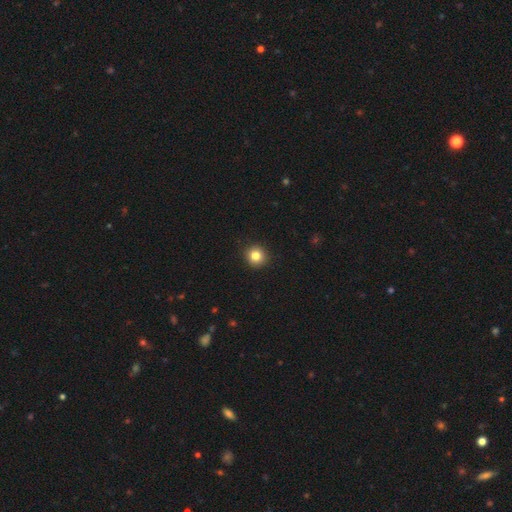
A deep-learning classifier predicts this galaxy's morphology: This is clearly a smooth galaxy (84%). How rounded: clearly round (93%). Merging: clearly none (93%).